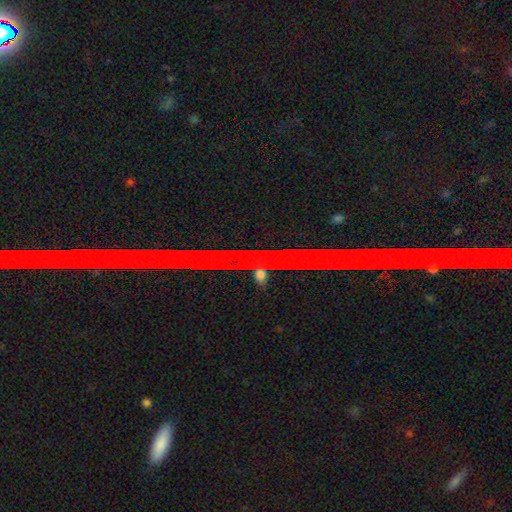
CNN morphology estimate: smooth_or_featured: star or artifact (p=0.84) [alt: featured or disk p=0.09]